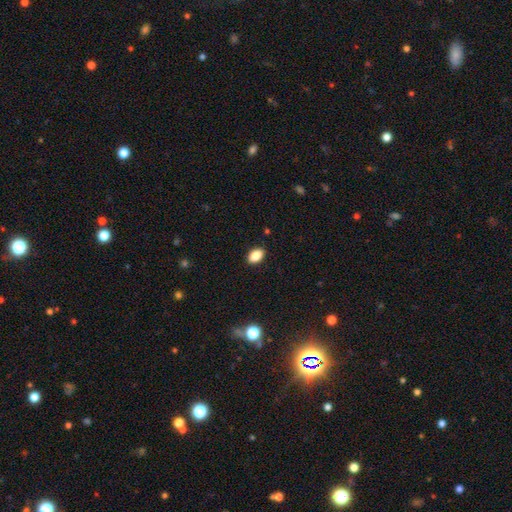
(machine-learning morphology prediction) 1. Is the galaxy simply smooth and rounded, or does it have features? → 85% smooth, 9% star or artifact, 6% featured or disk.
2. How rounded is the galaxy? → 87% in between, 11% round, 2% cigar-shaped.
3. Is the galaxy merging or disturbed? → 89% none, 8% minor disturbance, 2% major disturbance, 1% merger.